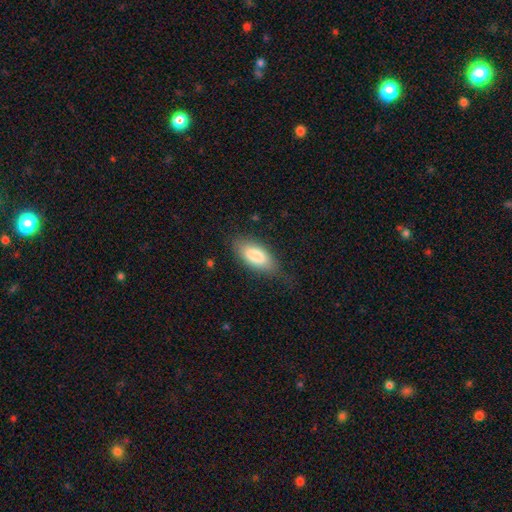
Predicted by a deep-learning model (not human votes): smooth_or_featured: smooth (p=0.83) [alt: featured or disk p=0.11]
how_rounded: in between (p=0.86) [alt: cigar-shaped p=0.11]
merging: none (p=0.70) [alt: minor disturbance p=0.22]